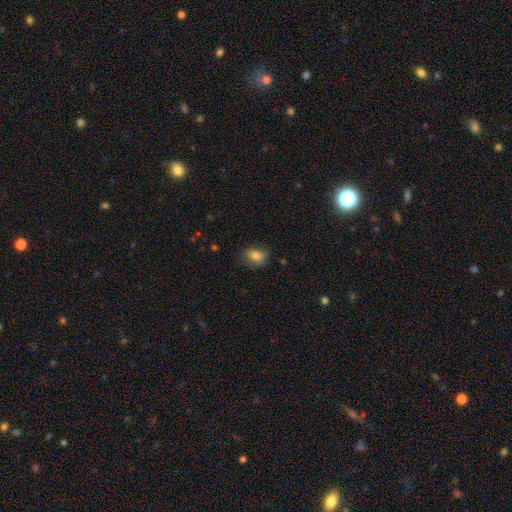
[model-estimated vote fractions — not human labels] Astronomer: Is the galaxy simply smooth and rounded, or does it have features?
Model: smooth — 79%.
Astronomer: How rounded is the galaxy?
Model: in between — 68%.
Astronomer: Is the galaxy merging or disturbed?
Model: none — 70%.